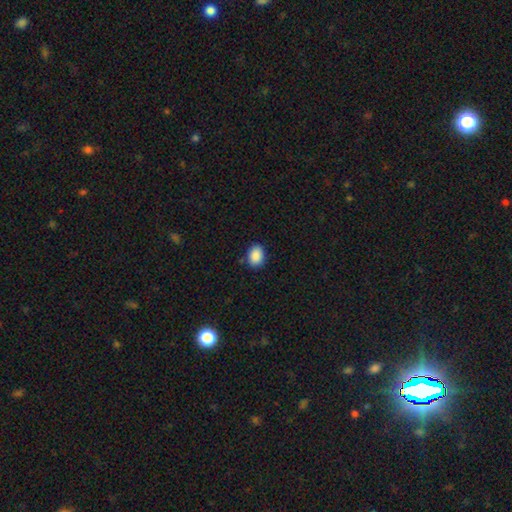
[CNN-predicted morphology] type=smooth (89%); roundness=in between (71%); merging=none (83%).